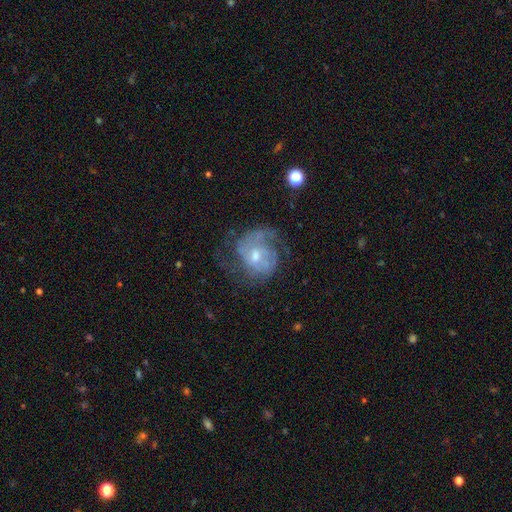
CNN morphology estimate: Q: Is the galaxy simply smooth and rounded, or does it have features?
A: featured or disk — 79%.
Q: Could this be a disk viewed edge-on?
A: no — 98%.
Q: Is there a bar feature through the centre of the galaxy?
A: no — 57%.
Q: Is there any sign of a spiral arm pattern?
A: yes — 88%.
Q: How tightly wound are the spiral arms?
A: tight — 43%.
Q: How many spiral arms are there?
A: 2 — 39%.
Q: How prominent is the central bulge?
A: moderate — 51%.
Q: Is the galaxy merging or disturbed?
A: none — 55%.